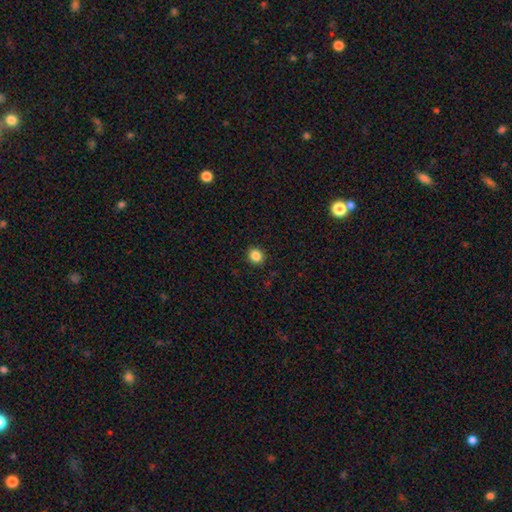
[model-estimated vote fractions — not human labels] Smooth or featured? smooth (85%)
How rounded? round (80%)
Merging? none (92%)